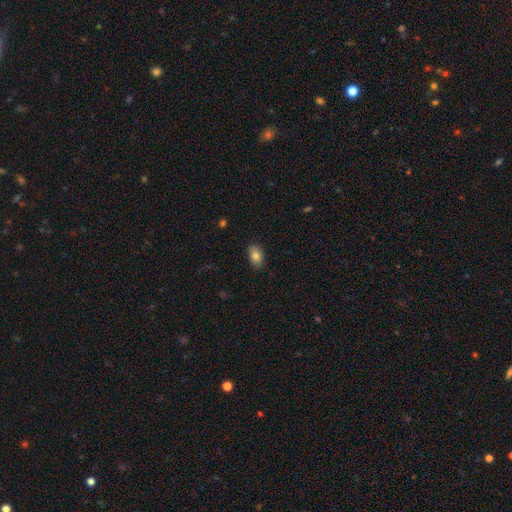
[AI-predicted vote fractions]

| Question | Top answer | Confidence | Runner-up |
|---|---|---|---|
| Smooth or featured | smooth | 83% | featured or disk (9%) |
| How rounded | in between | 91% | round (7%) |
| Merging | none | 87% | minor disturbance (10%) |